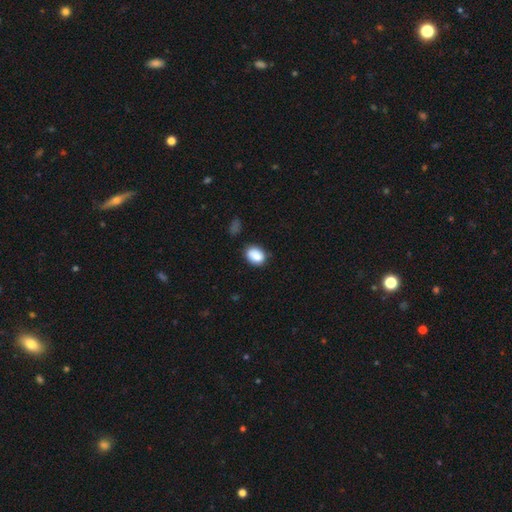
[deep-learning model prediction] Morphology: type=smooth (85%); roundness=in between (74%); merging=none (76%).